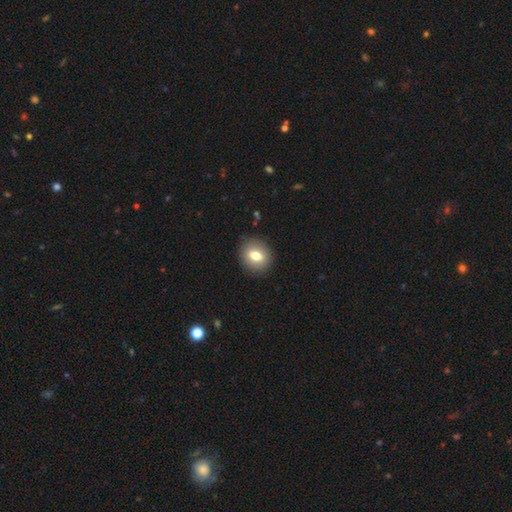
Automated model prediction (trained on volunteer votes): A smooth galaxy with no disk features (73%) that is round (64%).

Vote fractions:
- Smooth or featured? smooth: 73% / featured or disk: 18% / star or artifact: 9%
- How rounded? round: 64% / in between: 35% / cigar-shaped: 1%
- Merging? none: 89% / minor disturbance: 8% / major disturbance: 2% / merger: 1%